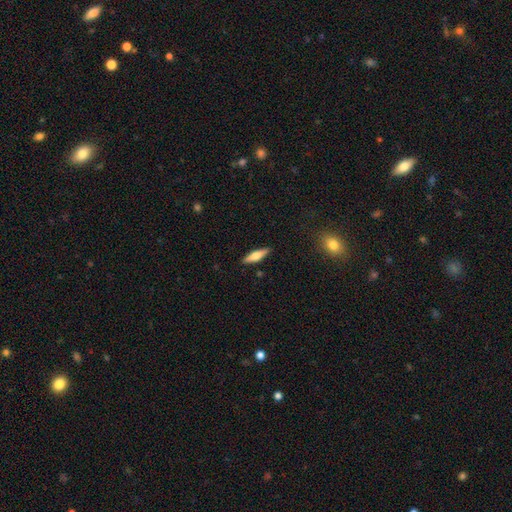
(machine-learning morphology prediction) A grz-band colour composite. It shows a smooth galaxy with no disk features (56%) that is cigar-shaped (65%). Merging: none (89%).